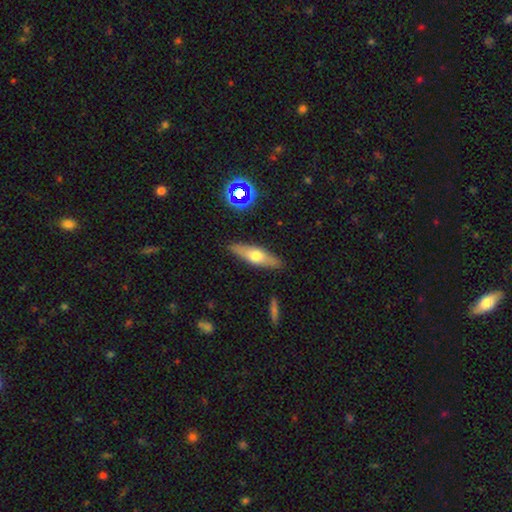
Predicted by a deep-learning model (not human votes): Smooth or featured: smooth — 47% (featured or disk — 45%)
Merging: none — 88% (minor disturbance — 9%)